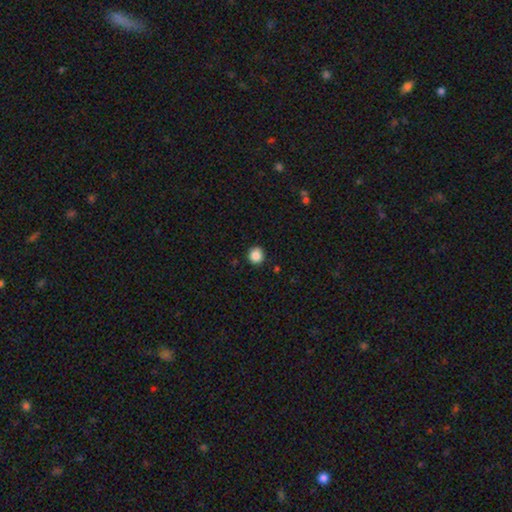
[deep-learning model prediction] smooth 87%, star or artifact 10%, featured or disk 3%. Down the decision tree: how rounded — round (94%); merging — none (91%).